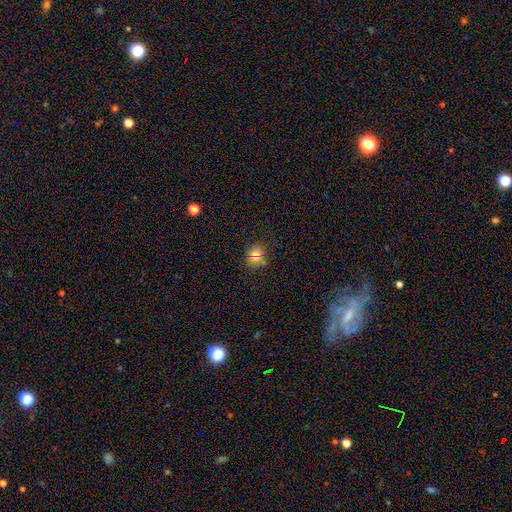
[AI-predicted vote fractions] Smooth or featured? Predicted: smooth (p=0.69). How rounded? Predicted: round (p=0.78). Merging? Predicted: none (p=0.82).